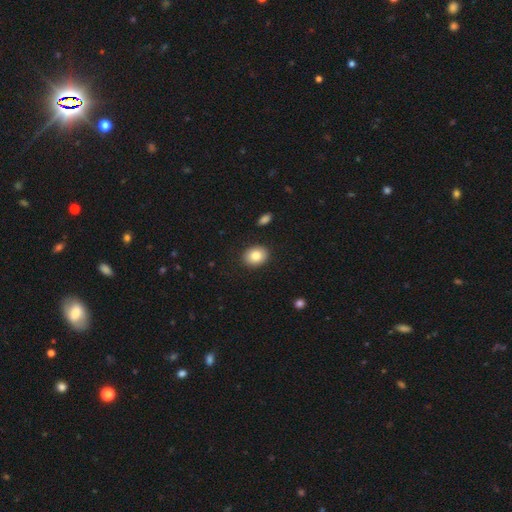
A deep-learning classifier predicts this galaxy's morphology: A smooth galaxy with no disk features (84%) that is in between round and cigar-shaped (50%).

Vote fractions:
- Smooth or featured? smooth: 84% / featured or disk: 8% / star or artifact: 8%
- How rounded? in between: 50% / round: 49% / cigar-shaped: 1%
- Merging? none: 89% / minor disturbance: 7% / major disturbance: 2% / merger: 1%